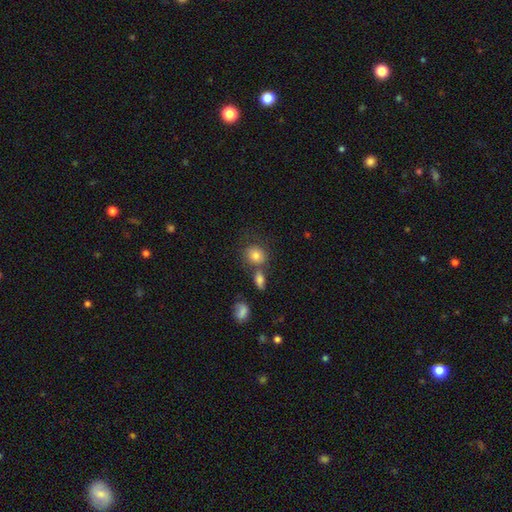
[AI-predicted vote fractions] Morphology: type=smooth (81%); roundness=round (68%); merging=none (56%).